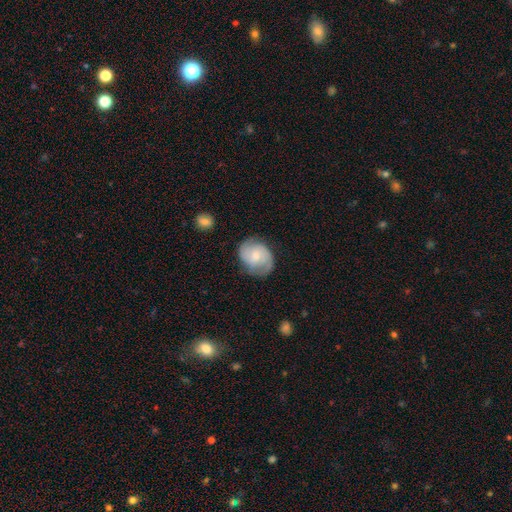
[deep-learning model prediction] featured or disk 64%, smooth 30%, star or artifact 6%. Down the decision tree: edge-on disk — no (98%); bar — no (56%); spiral arms — yes (91%); spiral arm count — 2 (79%); spiral winding — medium (47%); bulge size — small (49%); merging — none (73%).